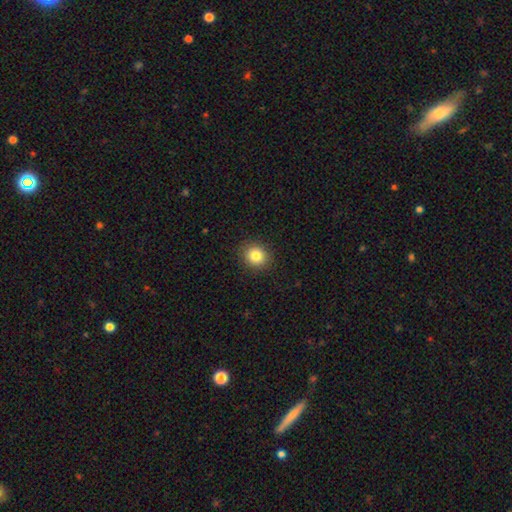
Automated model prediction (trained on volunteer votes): Morphology: type=smooth (83%); roundness=round (76%); merging=none (90%).